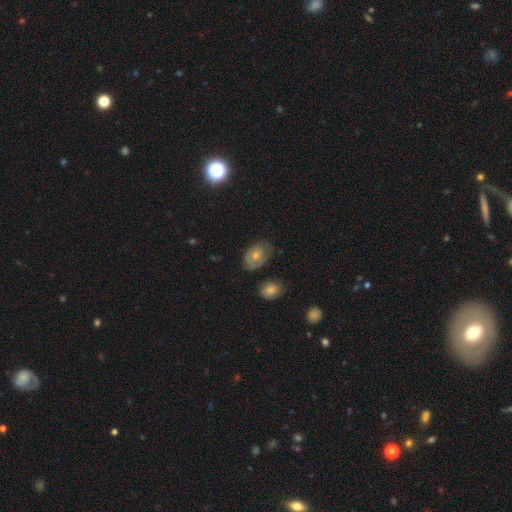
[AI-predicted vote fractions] smooth_or_featured: smooth (p=0.62) [alt: featured or disk p=0.29]
how_rounded: in between (p=0.76) [alt: round p=0.23]
merging: none (p=0.61) [alt: minor disturbance p=0.28]